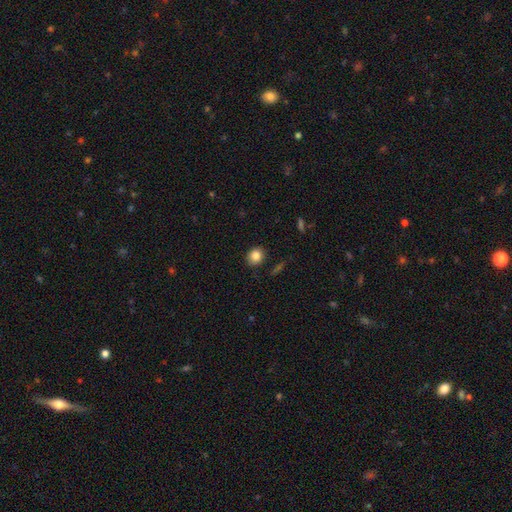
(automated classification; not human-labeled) Q: Smooth or featured?
A: smooth (84%); runner-up: star or artifact (10%)
Q: How rounded?
A: round (77%); runner-up: in between (22%)
Q: Merging?
A: none (87%); runner-up: minor disturbance (9%)